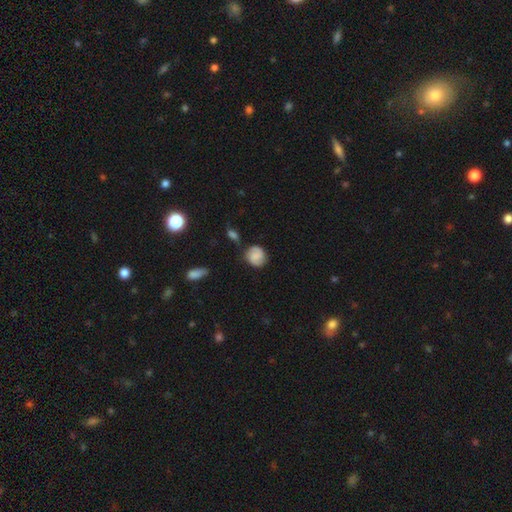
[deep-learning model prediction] This is likely a smooth galaxy (63%). How rounded: likely round (76%). Merging: likely none (71%).